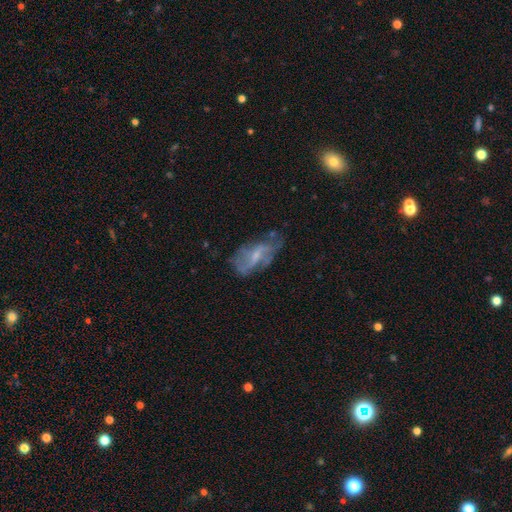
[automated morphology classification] featured or disk 64%, smooth 27%, star or artifact 9%. Down the decision tree: edge-on disk — no (93%); bar — weak (48%); spiral arms — yes (65%); bulge size — small (53%); merging — none (47%).